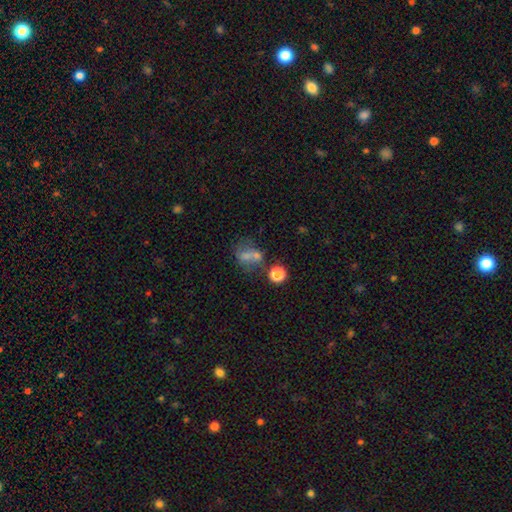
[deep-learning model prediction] smooth_or_featured: smooth (p=0.58) [alt: featured or disk p=0.22]
how_rounded: in between (p=0.49) [alt: round p=0.48]
merging: none (p=0.39) [alt: merger p=0.33]